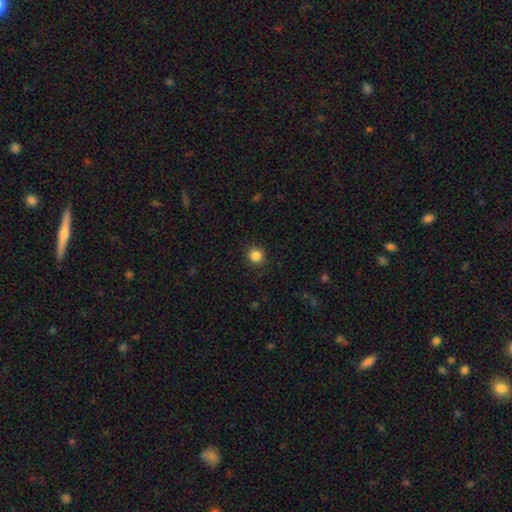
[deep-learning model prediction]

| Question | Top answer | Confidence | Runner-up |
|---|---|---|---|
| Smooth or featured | smooth | 85% | star or artifact (11%) |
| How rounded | round | 91% | in between (8%) |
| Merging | none | 90% | minor disturbance (6%) |